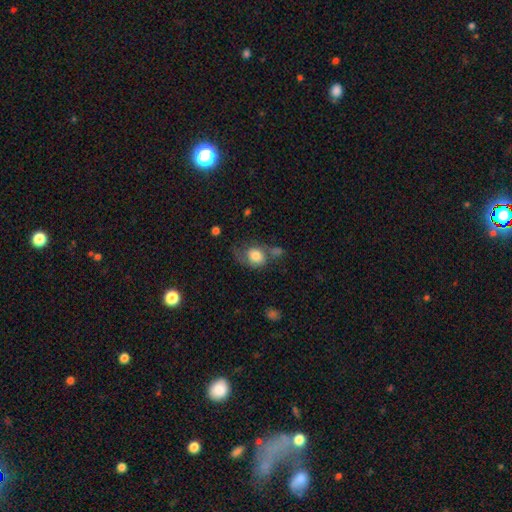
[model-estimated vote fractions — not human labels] Smooth or featured? smooth (74%)
How rounded? round (52%)
Merging? none (34%)